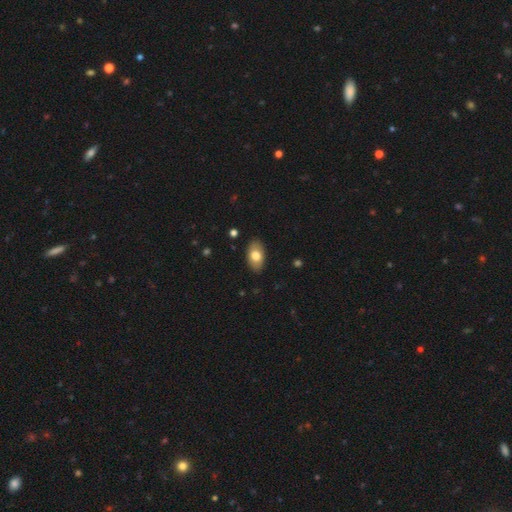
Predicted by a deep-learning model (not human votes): Smooth or featured: smooth — 76% (featured or disk — 17%)
How rounded: in between — 93% (round — 6%)
Merging: none — 87% (minor disturbance — 10%)